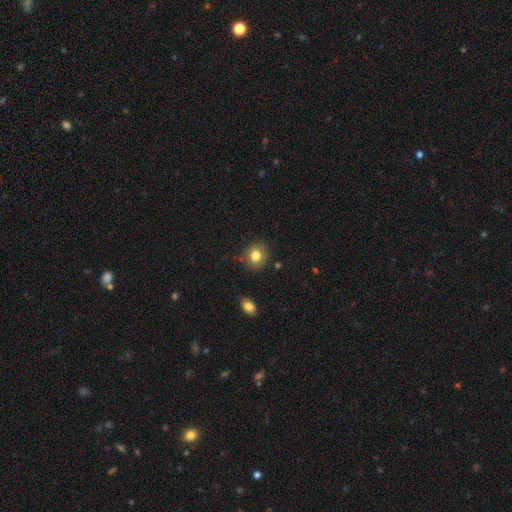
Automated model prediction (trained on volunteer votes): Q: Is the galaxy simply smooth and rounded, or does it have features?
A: smooth — 81%.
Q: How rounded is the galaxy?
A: round — 72%.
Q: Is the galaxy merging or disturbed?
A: none — 81%.